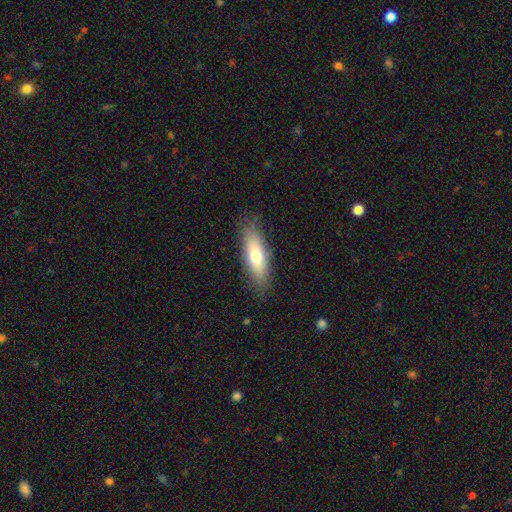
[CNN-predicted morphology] Smooth or featured? smooth (69%)
How rounded? cigar-shaped (51%)
Merging? none (85%)